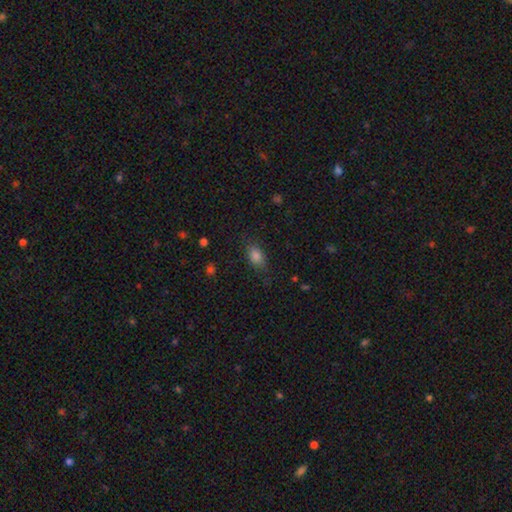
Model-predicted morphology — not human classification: Smooth or featured? Predicted: smooth (p=0.82). How rounded? Predicted: in between (p=0.82). Merging? Predicted: none (p=0.79).